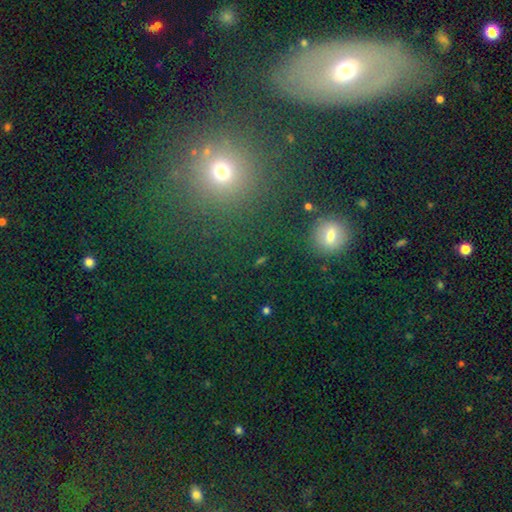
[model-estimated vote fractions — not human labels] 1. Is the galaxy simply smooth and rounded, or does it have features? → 47% smooth, 41% star or artifact, 11% featured or disk.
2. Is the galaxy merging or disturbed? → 85% none, 7% minor disturbance, 4% merger, 3% major disturbance.